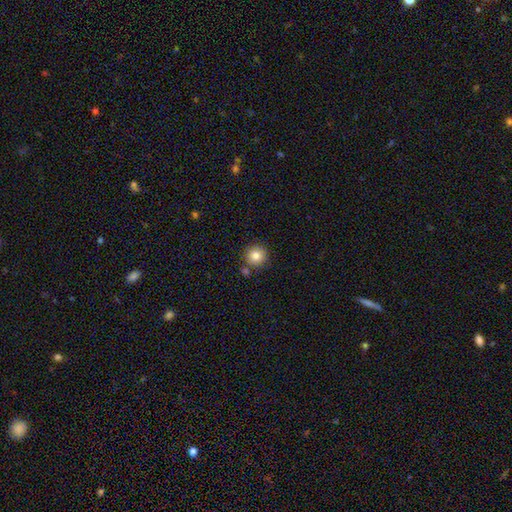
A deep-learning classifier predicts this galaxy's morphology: Overall: smooth (83%). How rounded: round (94%). Merging: none (80%).